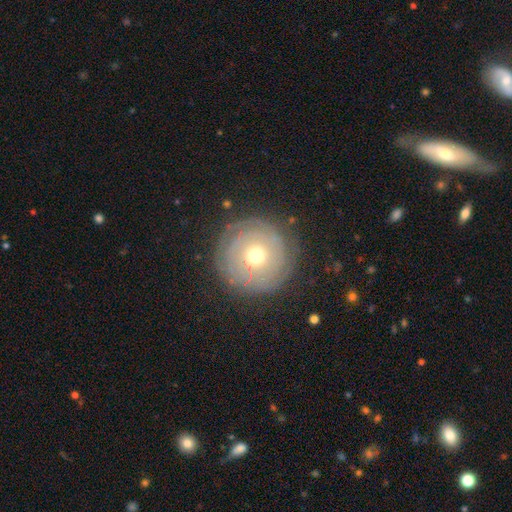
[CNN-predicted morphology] Smooth or featured? featured or disk (55%)
Edge-on disk? no (96%)
Bar? no (86%)
Spiral arms? yes (69%)
Bulge size? moderate (60%)
Merging? none (85%)